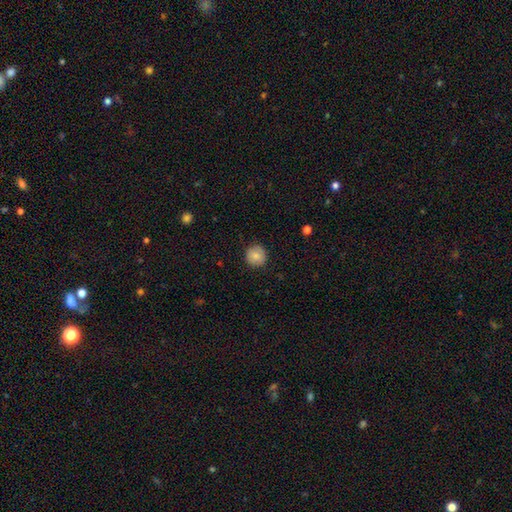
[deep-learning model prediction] Q: Smooth or featured?
A: smooth (82%); runner-up: featured or disk (10%)
Q: How rounded?
A: round (94%); runner-up: in between (5%)
Q: Merging?
A: none (89%); runner-up: minor disturbance (8%)